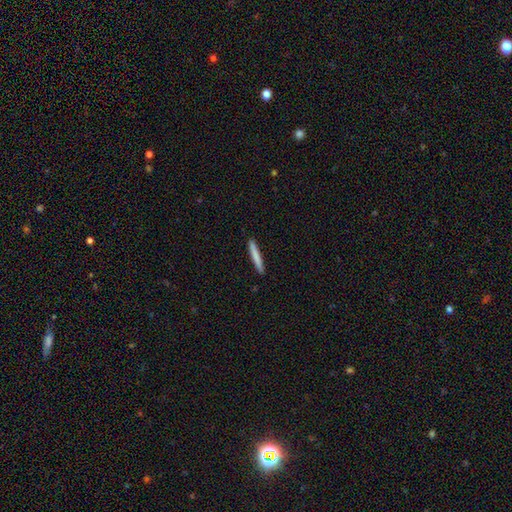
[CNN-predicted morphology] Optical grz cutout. It shows a smooth galaxy with no disk features (78%) that is cigar-shaped (96%). Merging: none (91%).